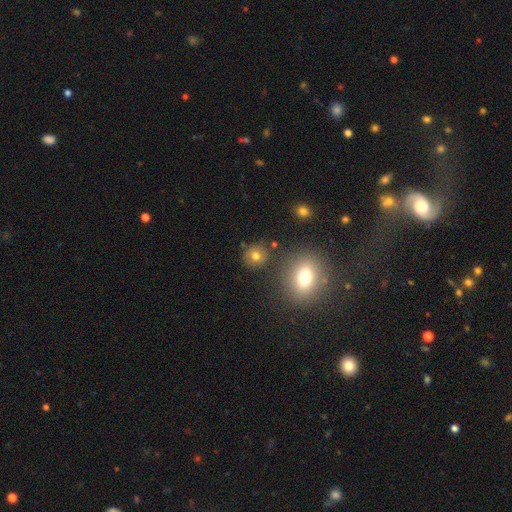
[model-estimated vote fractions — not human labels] This appears to be a smooth galaxy with no disk features (73%) that is round (81%). Merging: none (80%).